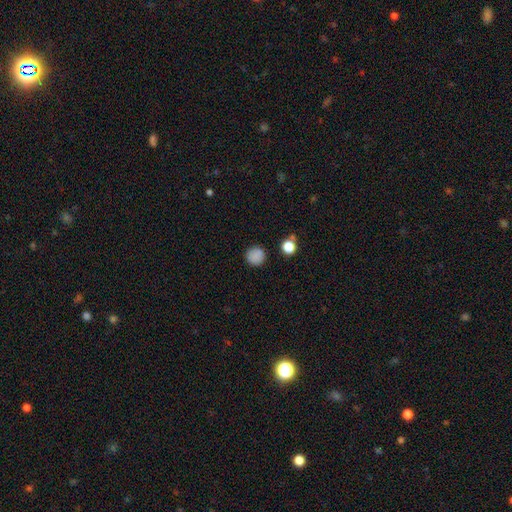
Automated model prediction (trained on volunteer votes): smooth 84%, star or artifact 12%, featured or disk 4%. Down the decision tree: how rounded — round (94%); merging — none (88%).